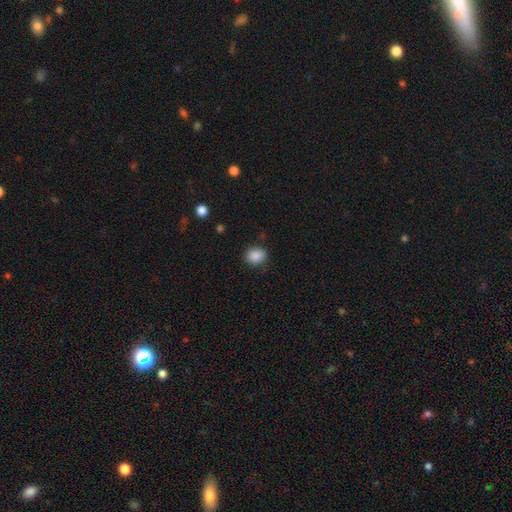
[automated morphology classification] A smooth galaxy with no disk features (88%) that is in between round and cigar-shaped (51%). Merging: none (85%).